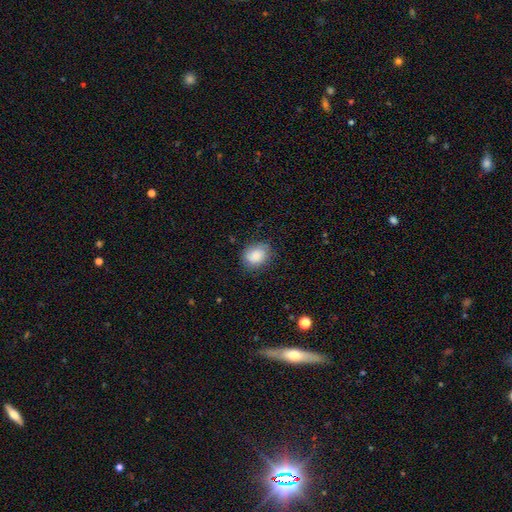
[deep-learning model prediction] Smooth or featured?
  - smooth: 85% *
  - featured or disk: 8%
  - star or artifact: 7%
How rounded?
  - in between: 52% *
  - round: 47%
  - cigar-shaped: 1%
Merging?
  - none: 77% *
  - minor disturbance: 17%
  - major disturbance: 5%
  - merger: 1%